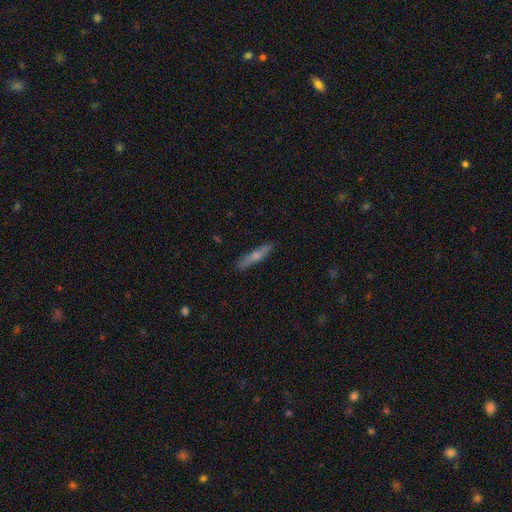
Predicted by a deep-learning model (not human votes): smooth_or_featured: smooth (p=0.47) [alt: featured or disk p=0.46]
merging: none (p=0.89) [alt: minor disturbance p=0.08]